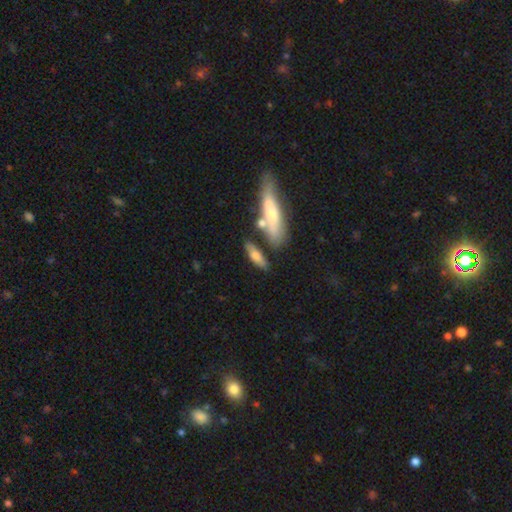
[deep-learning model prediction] Q: Smooth or featured?
A: smooth (65%); runner-up: featured or disk (27%)
Q: How rounded?
A: cigar-shaped (48%); tied with: in between (48%)
Q: Merging?
A: none (62%); runner-up: minor disturbance (16%)